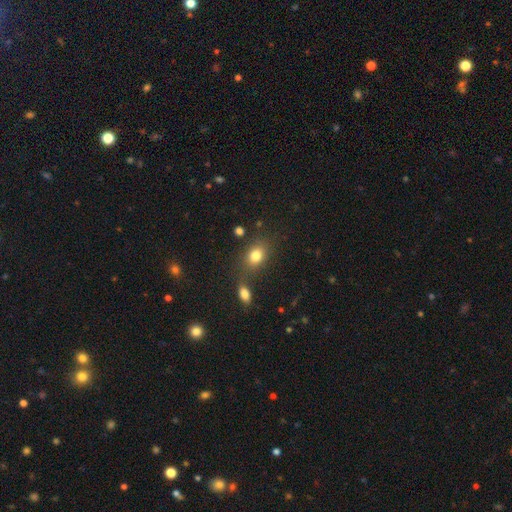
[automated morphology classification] smooth_or_featured: smooth (p=0.80) [alt: star or artifact p=0.11]
how_rounded: in between (p=0.64) [alt: round p=0.34]
merging: none (p=0.68) [alt: minor disturbance p=0.14]